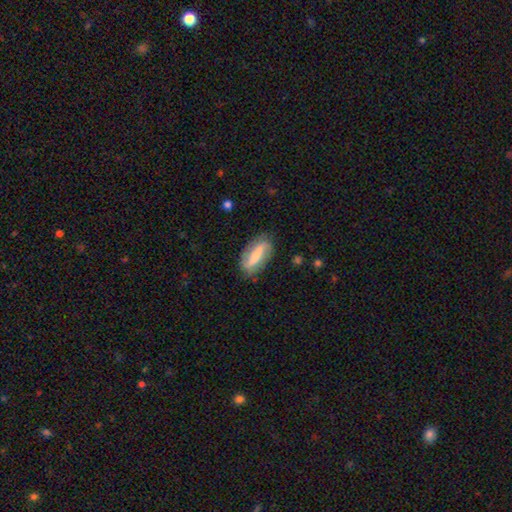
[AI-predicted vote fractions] smooth_or_featured: featured or disk (p=0.55) [alt: smooth p=0.39]
disk_edge_on: no (p=0.84) [alt: yes p=0.16]
merging: none (p=0.79) [alt: minor disturbance p=0.15]